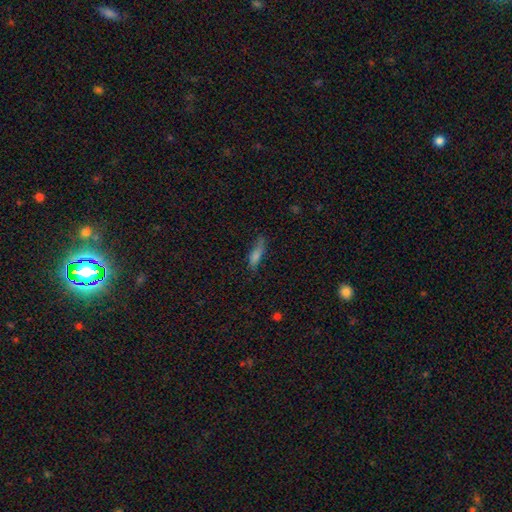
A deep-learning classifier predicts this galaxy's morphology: This is likely a smooth galaxy (72%). How rounded: possibly cigar-shaped (57%). Merging: possibly none (56%).